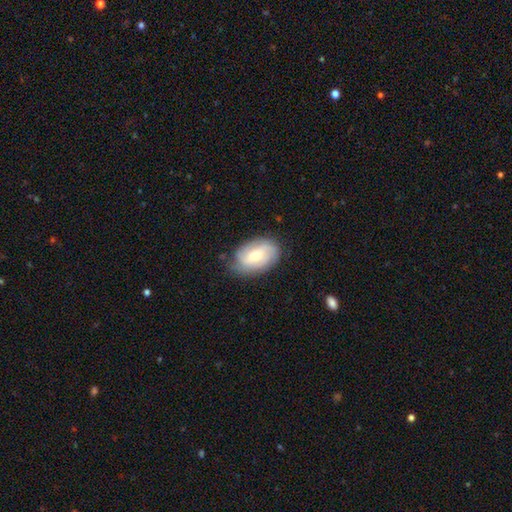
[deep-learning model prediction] This is possibly a featured or disk galaxy (56%). It is clearly not viewed edge-on (95%). Bar: possibly no (51%). Spiral arm pattern: clearly yes (83%). Central bulge: possibly moderate (57%). Merging: likely none (76%).